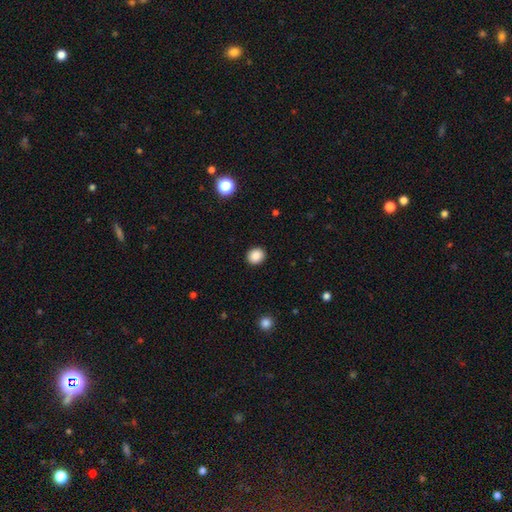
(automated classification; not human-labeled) Q: Smooth or featured?
A: smooth (88%); runner-up: star or artifact (9%)
Q: How rounded?
A: round (75%); runner-up: in between (24%)
Q: Merging?
A: none (92%); runner-up: minor disturbance (5%)